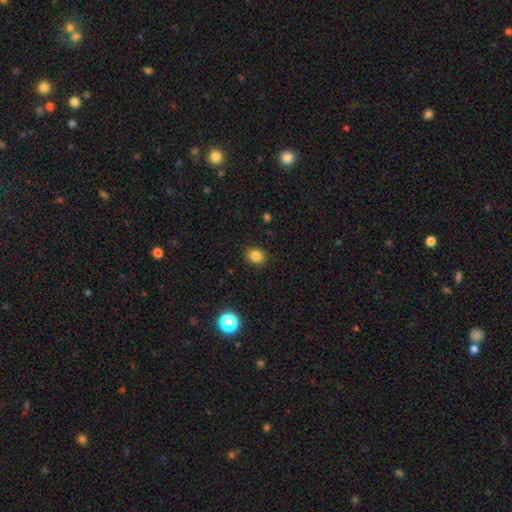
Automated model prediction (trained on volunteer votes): smooth-or-featured: smooth: 83% | star or artifact: 12% | featured or disk: 5%
  how-rounded: round: 58% | in between: 41% | cigar-shaped: 1%
  merging: none: 89% | minor disturbance: 8% | major disturbance: 2% | merger: 1%